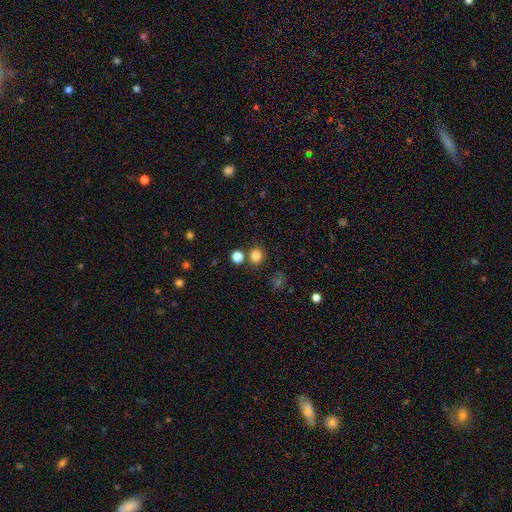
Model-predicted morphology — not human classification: Smooth or featured?
  - smooth: 82% *
  - star or artifact: 14%
  - featured or disk: 4%
How rounded?
  - round: 84% *
  - in between: 15%
  - cigar-shaped: 1%
Merging?
  - none: 81% *
  - merger: 9%
  - minor disturbance: 7%
  - major disturbance: 3%